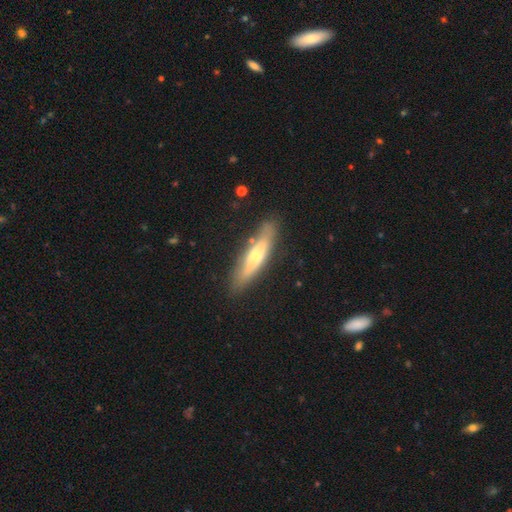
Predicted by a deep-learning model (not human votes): smooth-or-featured: smooth: 51% | featured or disk: 43% | star or artifact: 6%
  how-rounded: cigar-shaped: 79% | in between: 19% | round: 2%
  merging: none: 83% | minor disturbance: 12% | major disturbance: 3% | merger: 2%